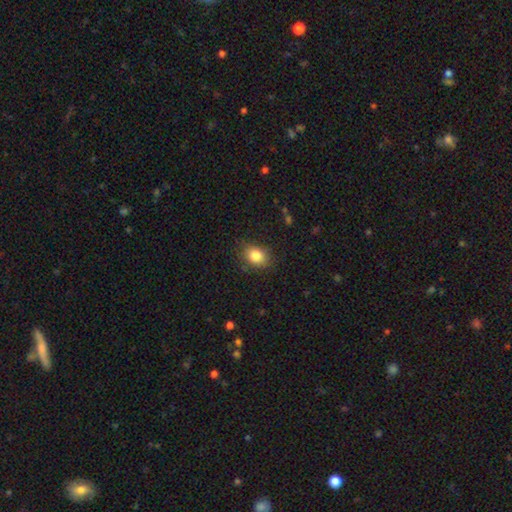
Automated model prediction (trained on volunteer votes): smooth-or-featured: smooth: 84% | star or artifact: 9% | featured or disk: 7%
  how-rounded: in between: 59% | round: 40% | cigar-shaped: 1%
  merging: none: 83% | minor disturbance: 13% | major disturbance: 3% | merger: 1%